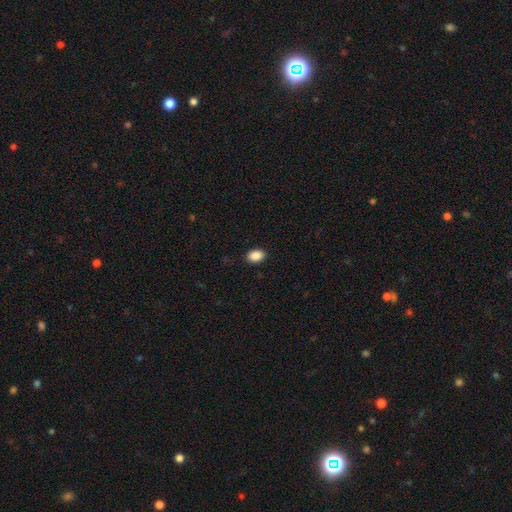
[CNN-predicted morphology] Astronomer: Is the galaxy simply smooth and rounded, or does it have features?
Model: smooth — 89%.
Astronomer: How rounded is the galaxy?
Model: in between — 85%.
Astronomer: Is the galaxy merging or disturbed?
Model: none — 89%.